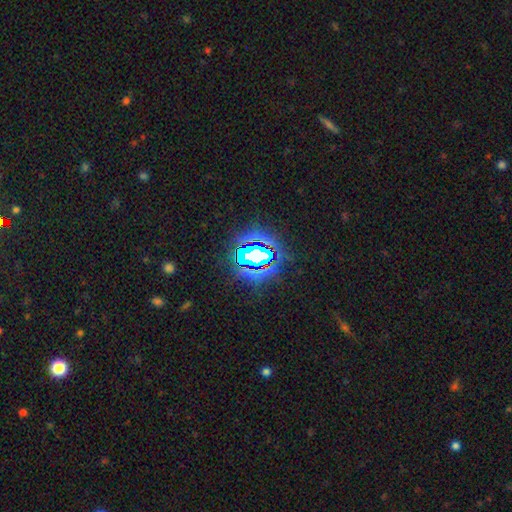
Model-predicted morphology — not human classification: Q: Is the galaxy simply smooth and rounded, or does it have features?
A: star or artifact — 73%.